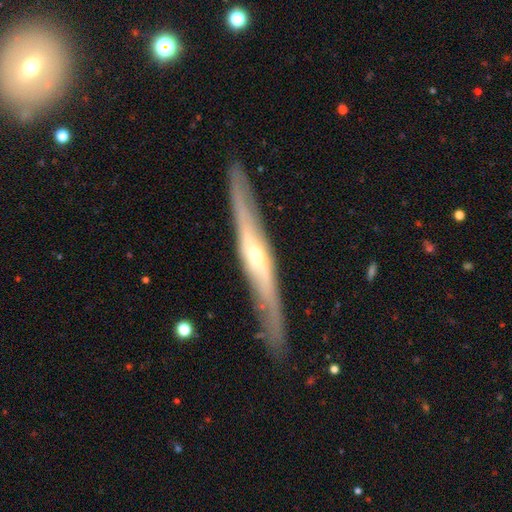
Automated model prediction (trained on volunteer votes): smooth-or-featured: featured or disk: 77% | smooth: 17% | star or artifact: 5%
  disk-edge-on: yes: 86% | no: 14%
    edge-on-bulge: rounded: 73% | none: 22% | boxy: 5%
  merging: none: 86% | minor disturbance: 10% | major disturbance: 2% | merger: 1%